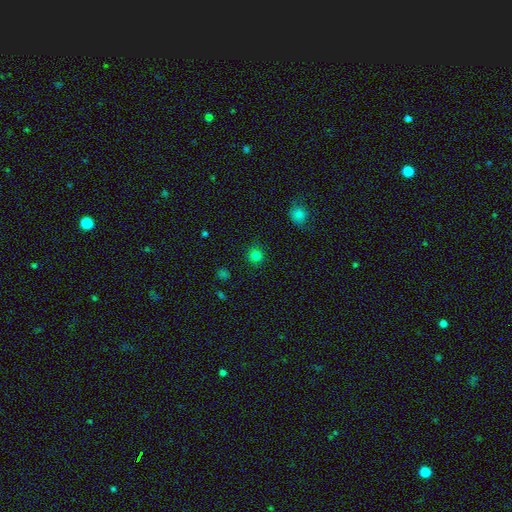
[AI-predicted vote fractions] Q: Smooth or featured?
A: smooth (81%); runner-up: star or artifact (15%)
Q: How rounded?
A: round (93%); runner-up: in between (6%)
Q: Merging?
A: none (89%); runner-up: minor disturbance (7%)